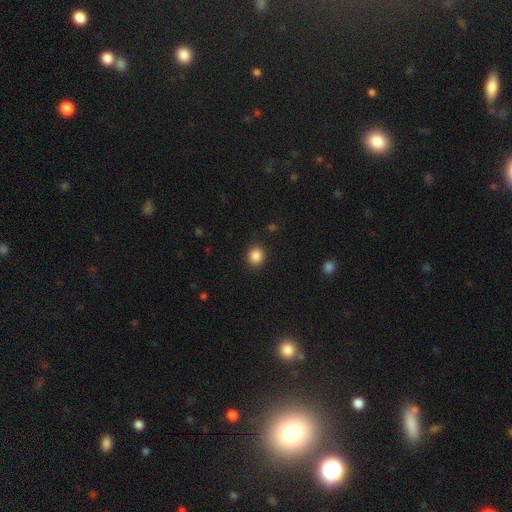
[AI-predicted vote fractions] smooth-or-featured: smooth: 87% | star or artifact: 10% | featured or disk: 3%
  how-rounded: round: 82% | in between: 17% | cigar-shaped: 1%
  merging: none: 90% | minor disturbance: 7% | major disturbance: 2% | merger: 1%